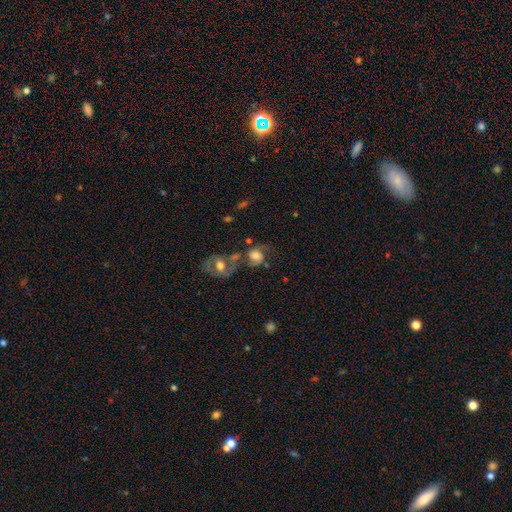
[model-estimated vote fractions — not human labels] This is possibly a featured or disk galaxy (51%). It is clearly not viewed edge-on (96%). Merging: marginally none (34%).